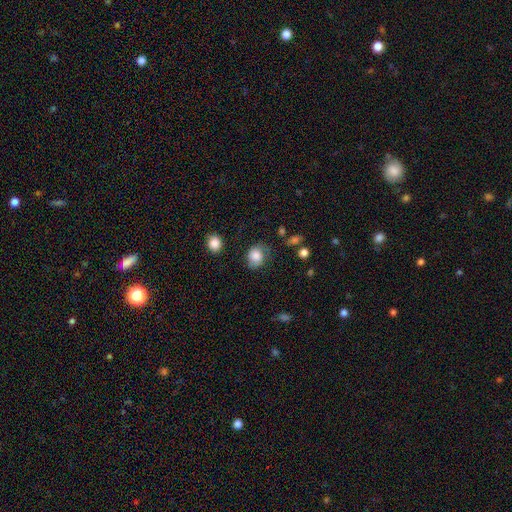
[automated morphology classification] This appears to be a smooth galaxy with no disk features (78%) that is round (56%). Merging: none (62%).